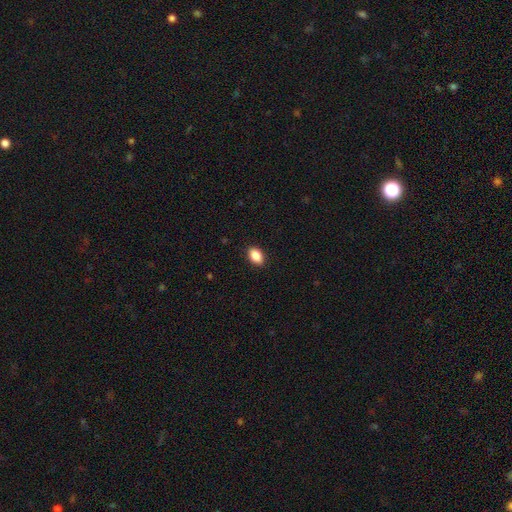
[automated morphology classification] Overall: smooth (88%). How rounded: in between (88%). Merging: none (89%).